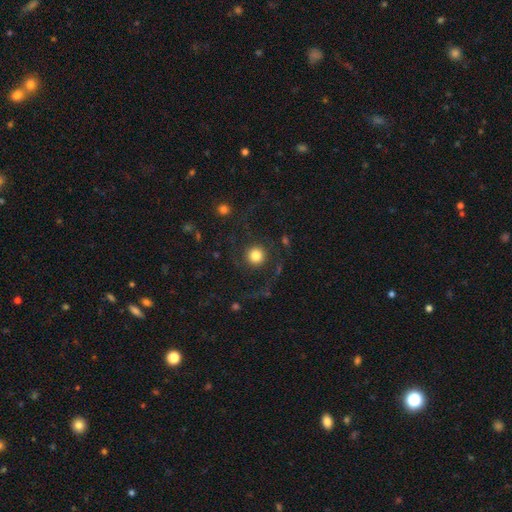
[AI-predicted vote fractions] smooth_or_featured: smooth (p=0.66) [alt: featured or disk p=0.24]
how_rounded: round (p=0.94) [alt: in between p=0.05]
merging: none (p=0.73) [alt: major disturbance p=0.14]